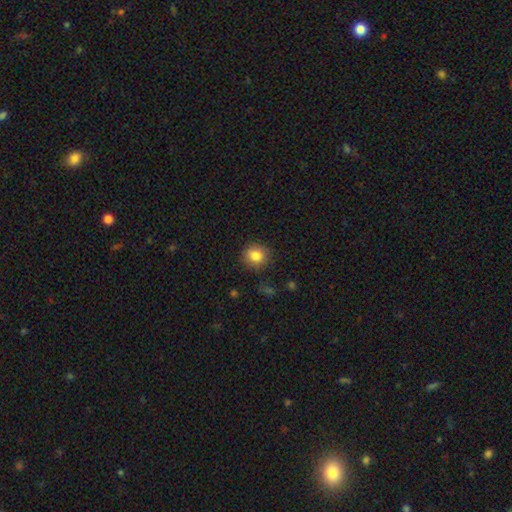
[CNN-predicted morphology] A smooth galaxy with no disk features (84%) that is round (80%).

Vote fractions:
- Smooth or featured? smooth: 84% / star or artifact: 10% / featured or disk: 6%
- How rounded? round: 80% / in between: 19% / cigar-shaped: 1%
- Merging? none: 85% / minor disturbance: 11% / major disturbance: 3% / merger: 1%